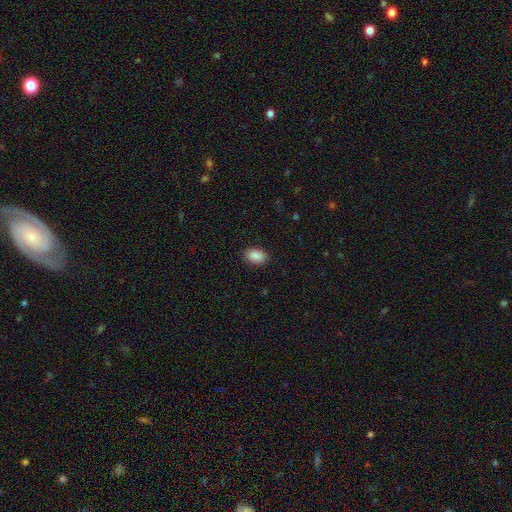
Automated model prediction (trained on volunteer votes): smooth 89%, star or artifact 7%, featured or disk 3%. Down the decision tree: how rounded — in between (88%); merging — none (88%).